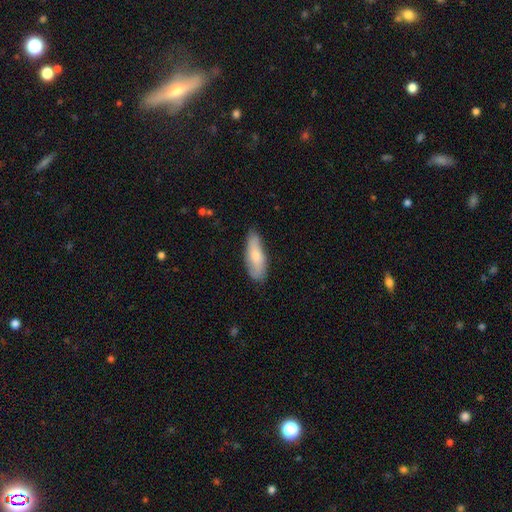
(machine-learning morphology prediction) A smooth galaxy with no disk features (73%) that is in between round and cigar-shaped (63%). Merging: none (76%).